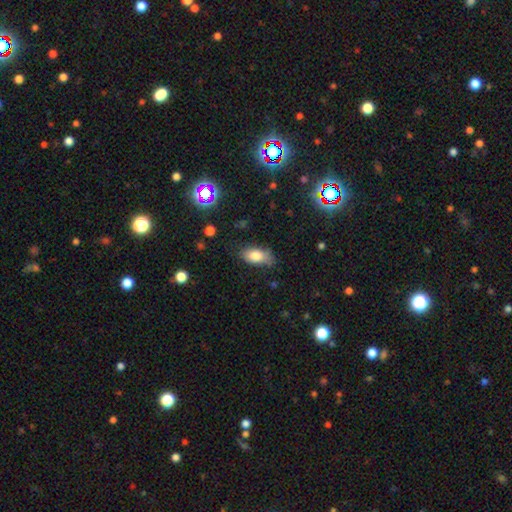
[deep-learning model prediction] Overall: smooth (80%). How rounded: in between (90%). Merging: none (69%).